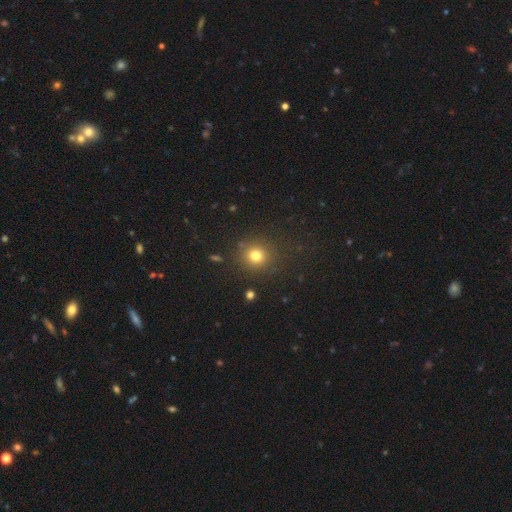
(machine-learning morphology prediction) smooth-or-featured: smooth: 77% | star or artifact: 16% | featured or disk: 7%
  how-rounded: round: 91% | in between: 8% | cigar-shaped: 1%
  merging: none: 86% | minor disturbance: 8% | major disturbance: 4% | merger: 2%